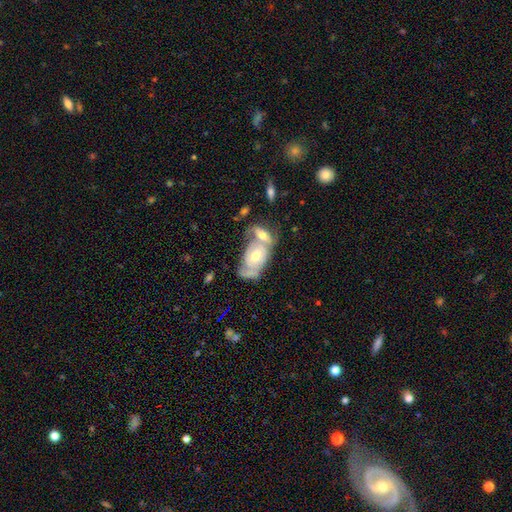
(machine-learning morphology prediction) type=featured or disk (62%); edge-on=no (93%); bar=no (76%); spiral arms=yes (65%); bulge=moderate (71%); merging=merger (60%).